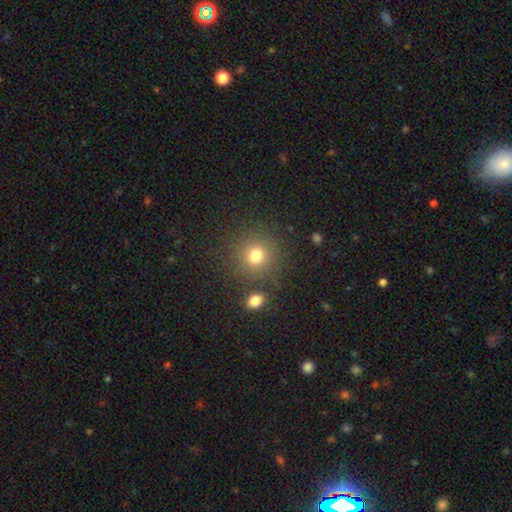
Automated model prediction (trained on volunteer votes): Overall: smooth (77%). How rounded: round (88%). Merging: none (83%).